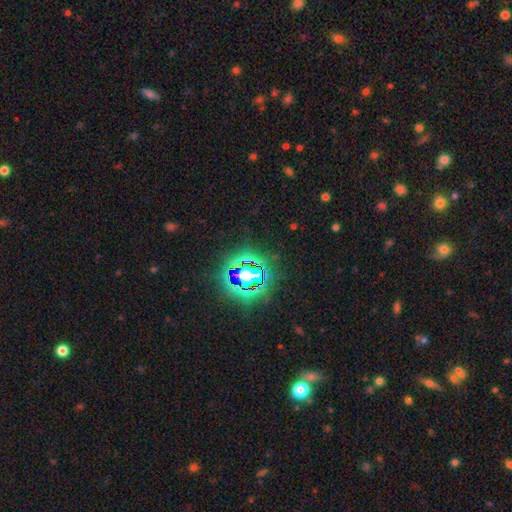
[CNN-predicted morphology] type=star or artifact (82%).